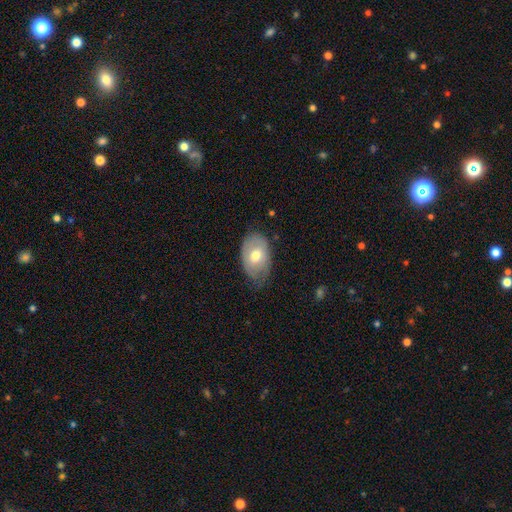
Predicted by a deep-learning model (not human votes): Morphology: type=smooth (63%); roundness=in between (88%); merging=none (55%).